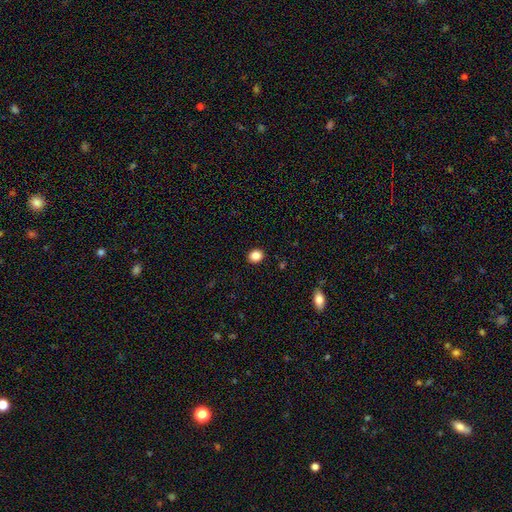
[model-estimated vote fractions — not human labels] Smooth or featured? smooth (86%)
How rounded? round (70%)
Merging? none (92%)